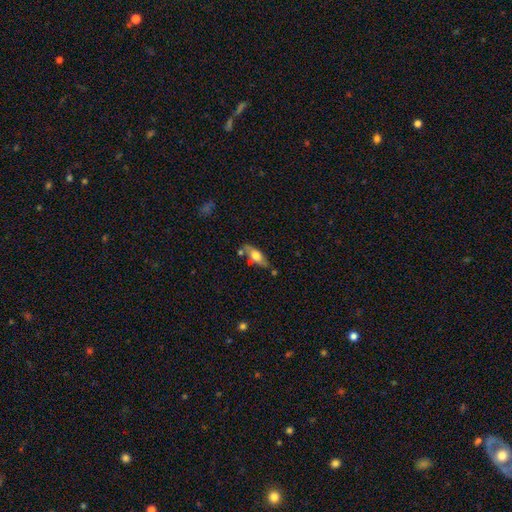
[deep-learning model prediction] smooth-or-featured: smooth: 56% | featured or disk: 38% | star or artifact: 6%
  how-rounded: in between: 66% | cigar-shaped: 31% | round: 4%
  merging: none: 64% | minor disturbance: 19% | merger: 12% | major disturbance: 5%